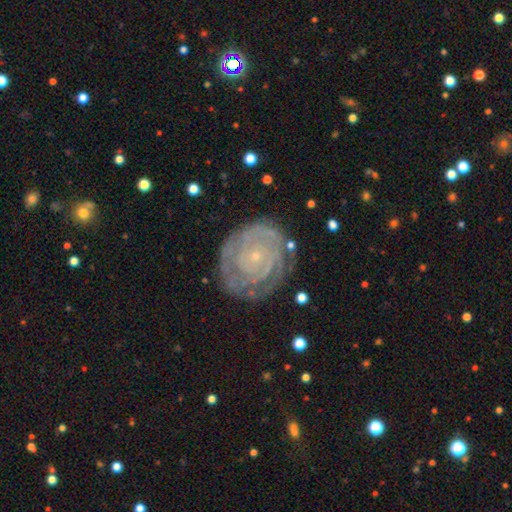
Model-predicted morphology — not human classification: This appears to be a featured or disk galaxy (82%) with no bar (79%), tight (84%) spiral arms (93%) and a small central bulge (87%). Merging: none (78%).